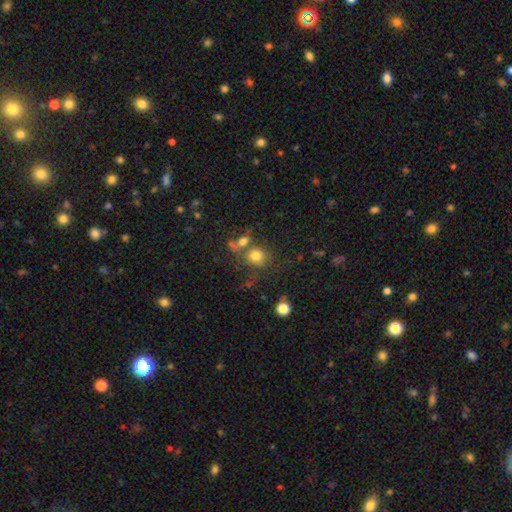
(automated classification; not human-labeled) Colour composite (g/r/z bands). It shows a smooth galaxy with no disk features (75%) that is round (70%). Merging: none (46%).